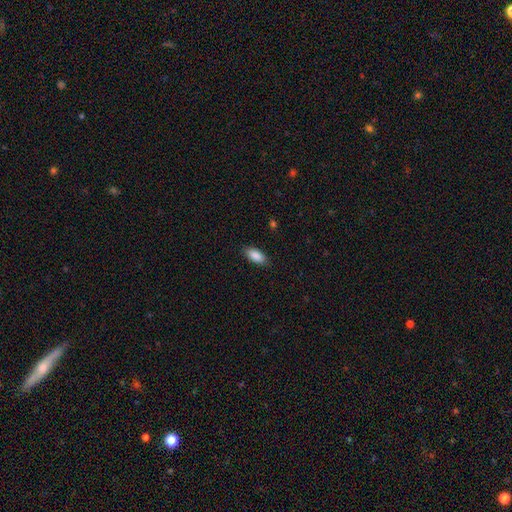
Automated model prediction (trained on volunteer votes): This appears to be a smooth galaxy with no disk features (89%) that is in between round and cigar-shaped (87%). Merging: none (87%).